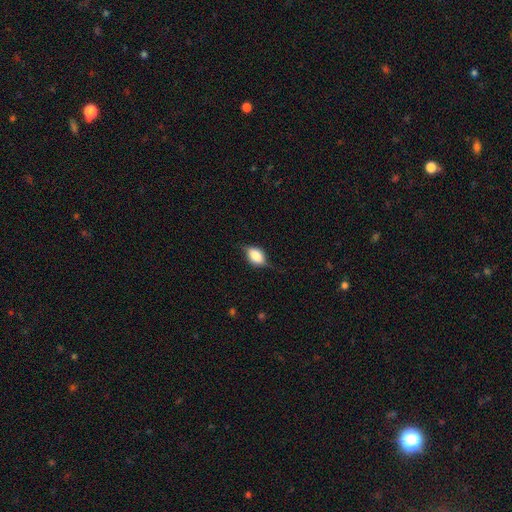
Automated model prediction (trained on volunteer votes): Smooth or featured?
  - smooth: 58% *
  - featured or disk: 33%
  - star or artifact: 9%
How rounded?
  - in between: 79% *
  - round: 17%
  - cigar-shaped: 4%
Merging?
  - none: 64% *
  - minor disturbance: 25%
  - major disturbance: 9%
  - merger: 1%